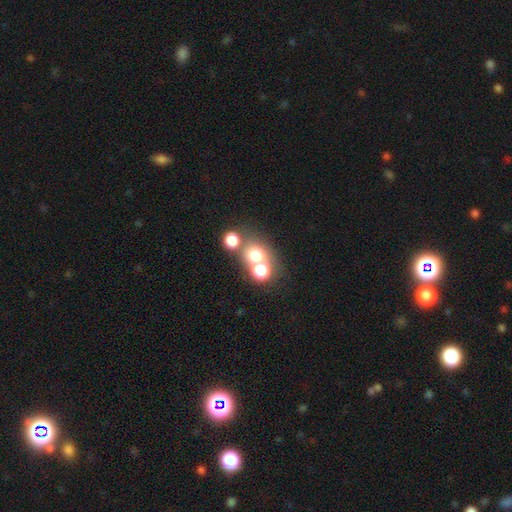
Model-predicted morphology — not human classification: smooth-or-featured: smooth: 66% | star or artifact: 20% | featured or disk: 15%
  how-rounded: round: 78% | in between: 21% | cigar-shaped: 1%
  merging: merger: 45% | none: 44% | minor disturbance: 6% | major disturbance: 4%